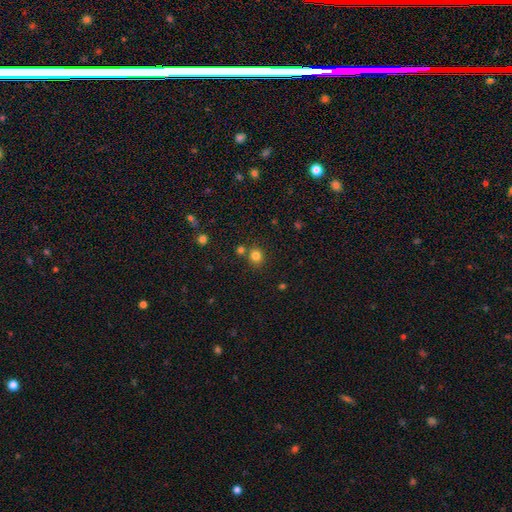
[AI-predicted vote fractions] Smooth or featured: smooth — 81% (star or artifact — 14%)
How rounded: round — 83% (in between — 16%)
Merging: none — 73% (merger — 16%)